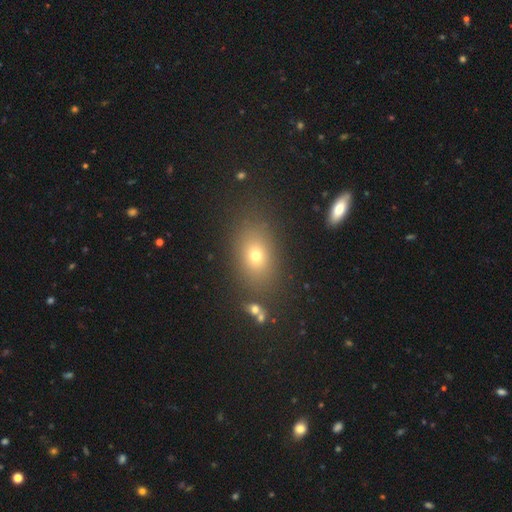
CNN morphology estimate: type=smooth (68%); roundness=in between (71%); merging=none (82%).